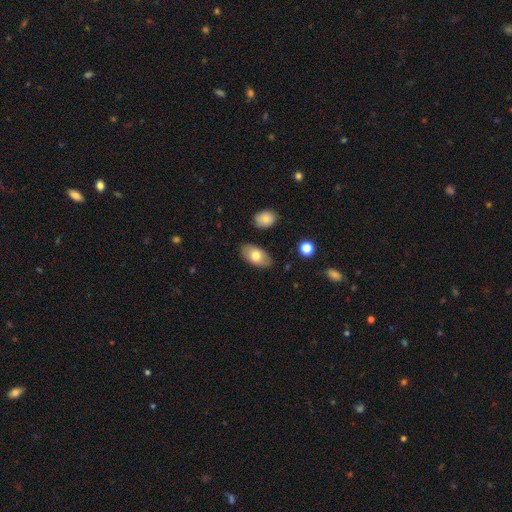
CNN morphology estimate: type=smooth (74%); roundness=in between (94%); merging=none (83%).